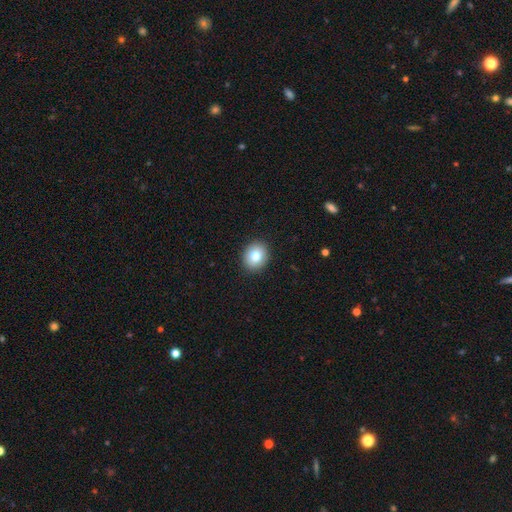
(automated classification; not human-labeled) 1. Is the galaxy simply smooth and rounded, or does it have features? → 80% smooth, 10% featured or disk, 9% star or artifact.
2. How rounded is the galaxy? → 74% round, 25% in between, 1% cigar-shaped.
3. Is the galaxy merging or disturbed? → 92% none, 5% minor disturbance, 2% major disturbance, 1% merger.